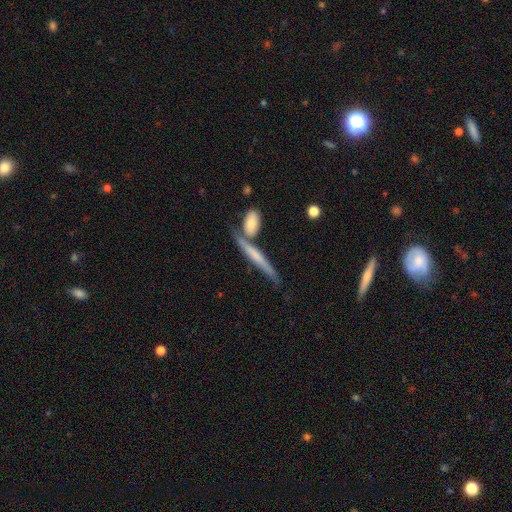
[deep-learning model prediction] The model was most divided on "smooth or featured": featured or disk: 50%, smooth: 43%, star or artifact: 6%. More confident: edge-on disk — yes (88%); merging — none (56%).